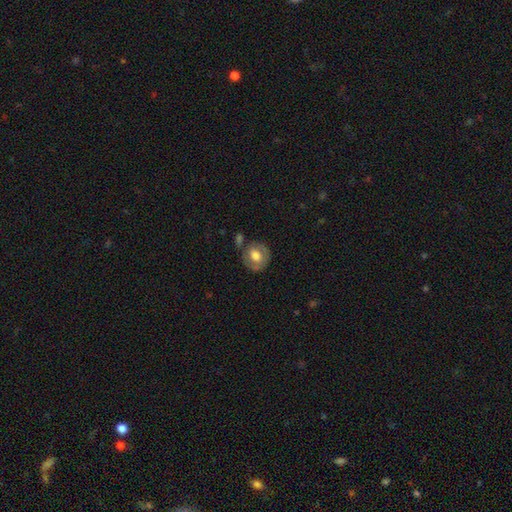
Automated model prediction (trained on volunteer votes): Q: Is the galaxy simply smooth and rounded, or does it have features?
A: smooth — 58%.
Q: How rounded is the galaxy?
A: round — 79%.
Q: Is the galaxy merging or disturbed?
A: none — 70%.